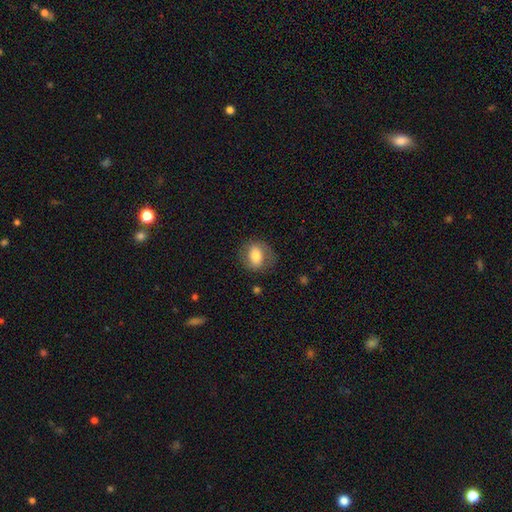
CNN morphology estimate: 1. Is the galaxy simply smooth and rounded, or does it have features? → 68% smooth, 25% featured or disk, 8% star or artifact.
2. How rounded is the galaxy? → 54% in between, 44% round, 2% cigar-shaped.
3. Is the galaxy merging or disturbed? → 74% none, 17% minor disturbance, 8% major disturbance, 1% merger.